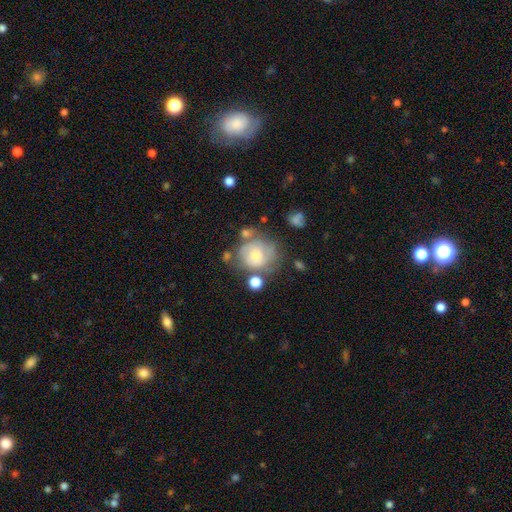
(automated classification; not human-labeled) smooth 51%, featured or disk 41%, star or artifact 8%. Down the decision tree: how rounded — round (77%); merging — none (44%).